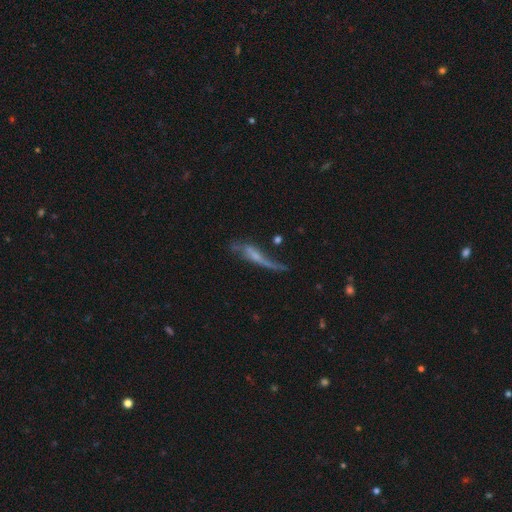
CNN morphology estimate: Smooth or featured? Predicted: featured or disk (p=0.60). Edge-on disk? Predicted: no (p=0.55). Merging? Predicted: none (p=0.34, tied with major disturbance).